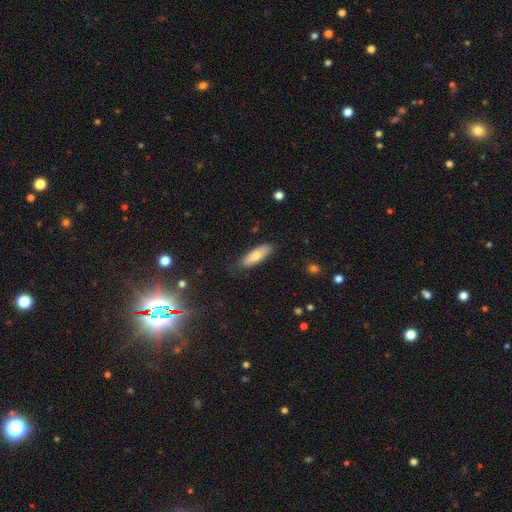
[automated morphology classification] smooth-or-featured: smooth: 73% | featured or disk: 21% | star or artifact: 6%
  how-rounded: in between: 57% | cigar-shaped: 41% | round: 2%
  merging: none: 79% | minor disturbance: 16% | major disturbance: 3% | merger: 1%